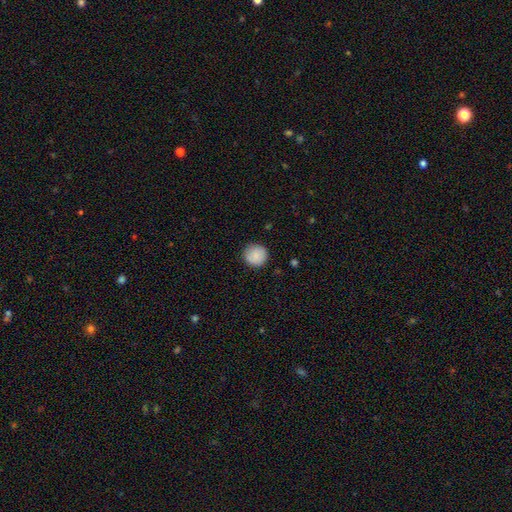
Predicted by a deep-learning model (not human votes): This is clearly a smooth galaxy (87%). How rounded: clearly round (94%). Merging: clearly none (89%).